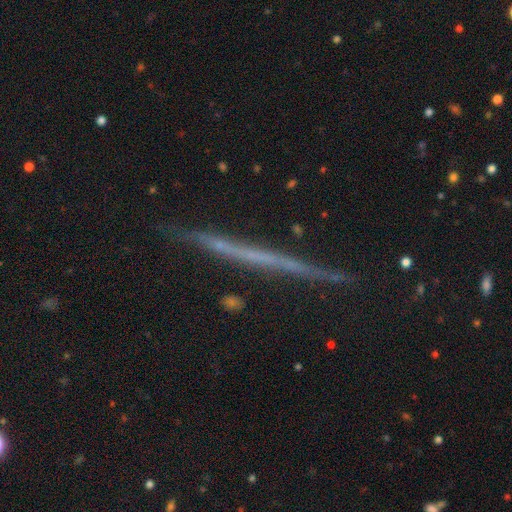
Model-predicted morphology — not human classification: Smooth or featured? Predicted: featured or disk (p=0.60). Edge-on disk? Predicted: yes (p=0.96). Edge-on bulge? Predicted: none (p=0.93). Merging? Predicted: none (p=0.89).